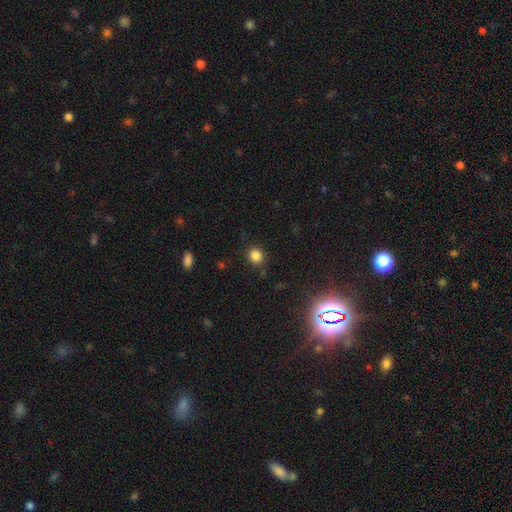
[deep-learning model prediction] Q: Smooth or featured?
A: smooth (83%); runner-up: star or artifact (13%)
Q: How rounded?
A: round (84%); runner-up: in between (14%)
Q: Merging?
A: none (86%); runner-up: minor disturbance (9%)